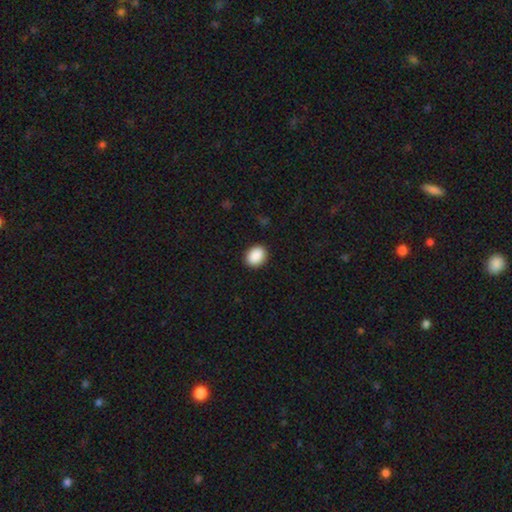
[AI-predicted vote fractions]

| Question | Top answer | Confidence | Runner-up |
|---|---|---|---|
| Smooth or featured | smooth | 90% | star or artifact (8%) |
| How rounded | in between | 50% | round (49%) |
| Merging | none | 90% | minor disturbance (7%) |